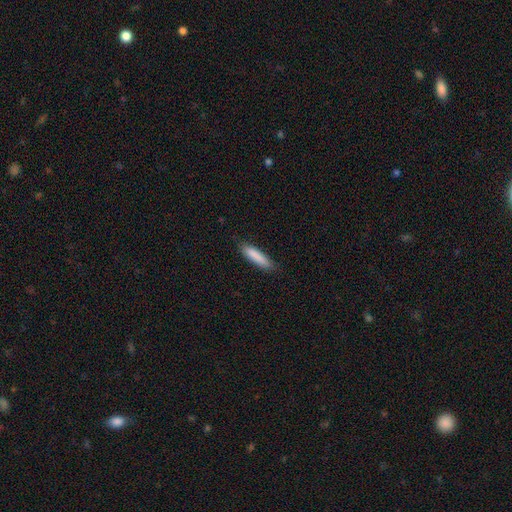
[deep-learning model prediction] smooth-or-featured: smooth: 86% | featured or disk: 8% | star or artifact: 6%
  how-rounded: cigar-shaped: 75% | in between: 23% | round: 1%
  merging: none: 83% | minor disturbance: 13% | major disturbance: 2% | merger: 1%